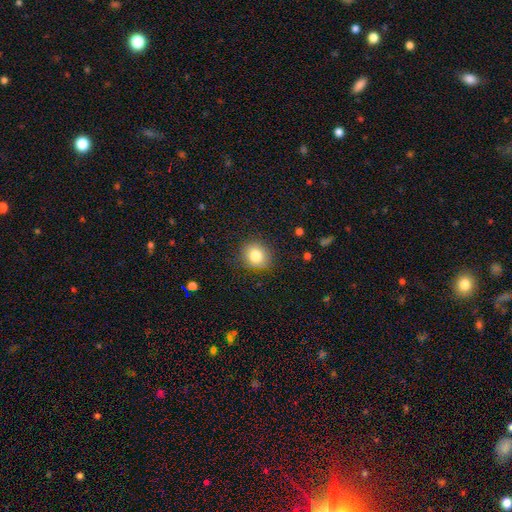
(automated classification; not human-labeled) Smooth or featured? smooth (81%)
How rounded? round (76%)
Merging? none (84%)